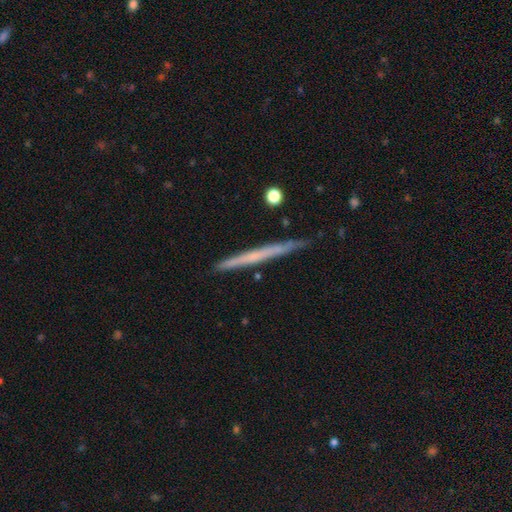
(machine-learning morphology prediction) Smooth or featured? featured or disk (50%)
Merging? none (87%)